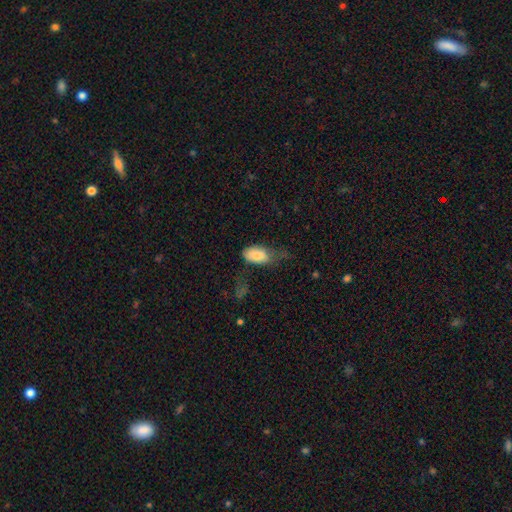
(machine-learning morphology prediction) Smooth or featured?
  - smooth: 81% *
  - featured or disk: 12%
  - star or artifact: 7%
How rounded?
  - in between: 93% *
  - round: 4%
  - cigar-shaped: 3%
Merging?
  - minor disturbance: 37% *
  - major disturbance: 31%
  - none: 29%
  - merger: 4%